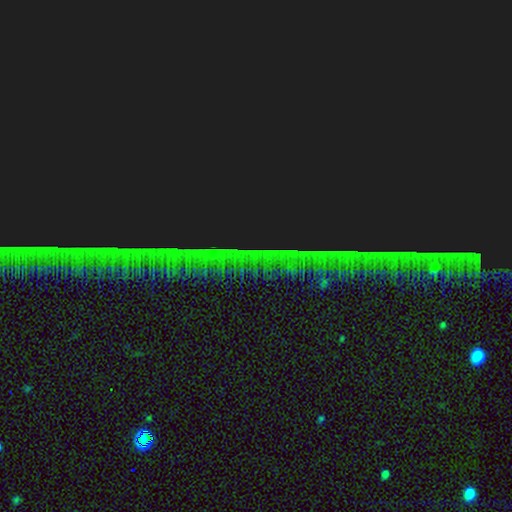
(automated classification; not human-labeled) Q: Smooth or featured?
A: star or artifact (87%); runner-up: featured or disk (7%)